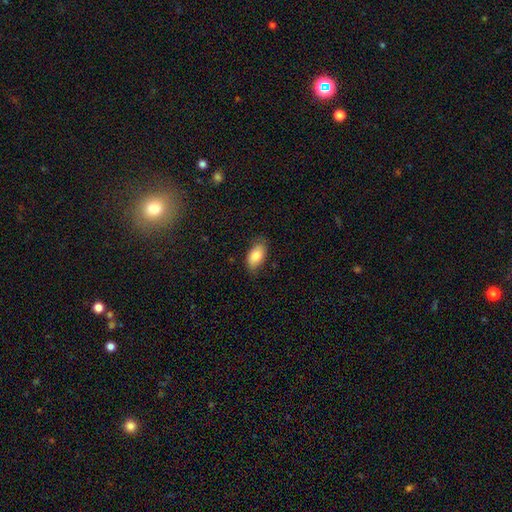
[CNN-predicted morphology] This appears to be a smooth galaxy with no disk features (85%) that is in between round and cigar-shaped (93%). Merging: none (79%).